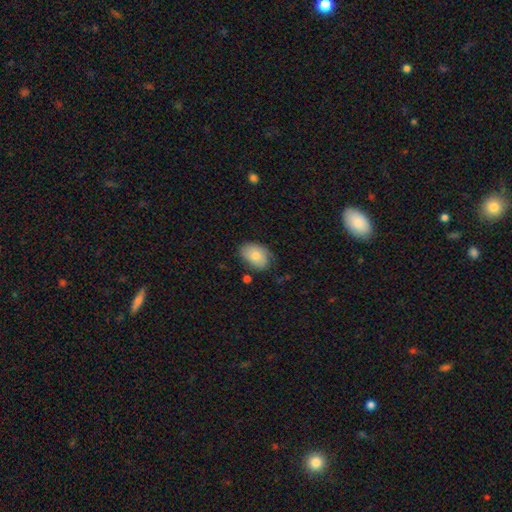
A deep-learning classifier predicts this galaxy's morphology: smooth-or-featured: smooth: 79% | featured or disk: 14% | star or artifact: 7%
  how-rounded: in between: 84% | round: 15% | cigar-shaped: 1%
  merging: none: 67% | minor disturbance: 25% | major disturbance: 5% | merger: 3%